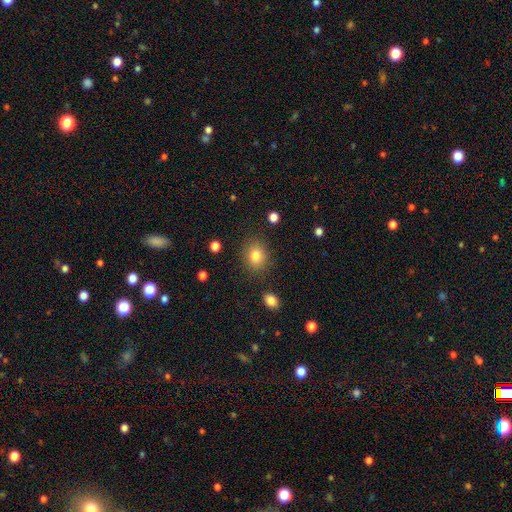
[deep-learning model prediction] Overall: smooth (82%). How rounded: round (60%; in between 39%). Merging: none (85%).